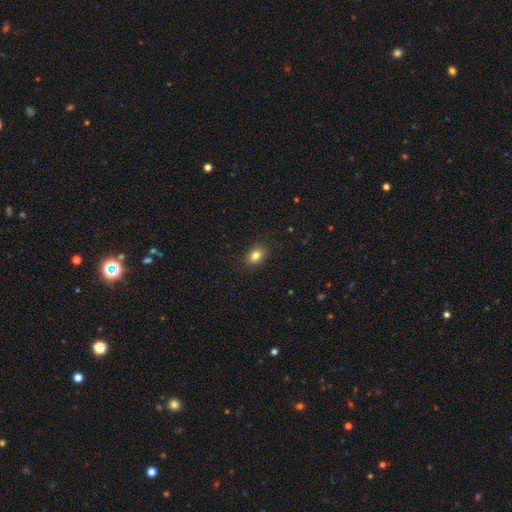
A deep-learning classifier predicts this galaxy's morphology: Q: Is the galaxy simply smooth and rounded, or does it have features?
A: smooth — 83%.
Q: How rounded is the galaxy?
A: in between — 66%.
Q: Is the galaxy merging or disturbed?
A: none — 88%.